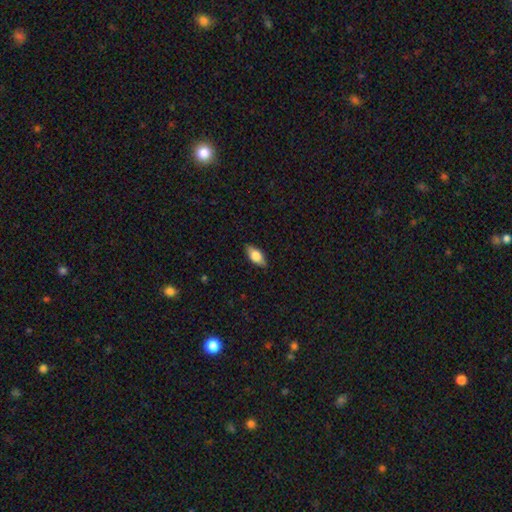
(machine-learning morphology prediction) smooth-or-featured: smooth: 72% | featured or disk: 21% | star or artifact: 7%
  how-rounded: in between: 84% | cigar-shaped: 12% | round: 3%
  merging: none: 87% | minor disturbance: 10% | major disturbance: 2% | merger: 1%